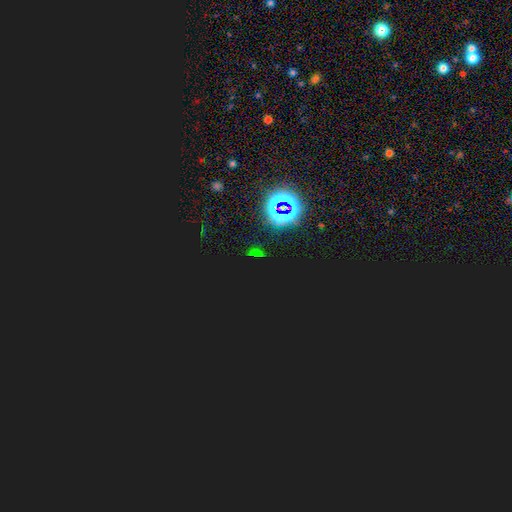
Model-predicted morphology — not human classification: A star or artifact, not a galaxy (83%).